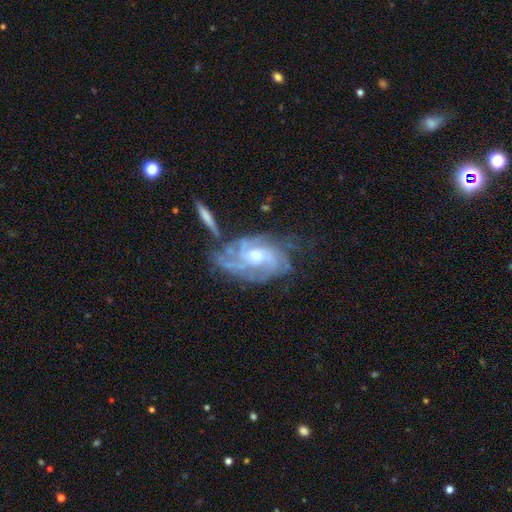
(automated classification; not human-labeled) Q: Smooth or featured?
A: featured or disk (86%); runner-up: smooth (8%)
Q: Edge-on disk?
A: no (95%); runner-up: yes (5%)
Q: Bar?
A: no (58%); runner-up: weak (35%)
Q: Spiral arms?
A: yes (94%); runner-up: no (6%)
Q: Spiral winding?
A: tight (54%); runner-up: medium (36%)
Q: Spiral arm count?
A: can't tell (33%); runner-up: 3 (24%)
Q: Bulge size?
A: moderate (58%); runner-up: small (34%)
Q: Merging?
A: none (49%); runner-up: minor disturbance (23%)